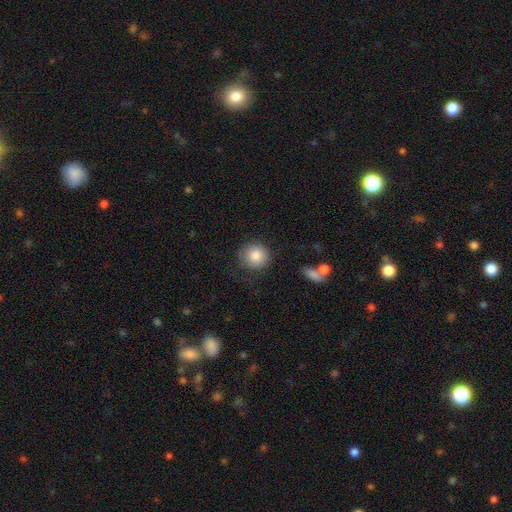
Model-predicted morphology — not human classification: This appears to be a smooth galaxy with no disk features (85%) that is round (91%). Merging: none (77%).